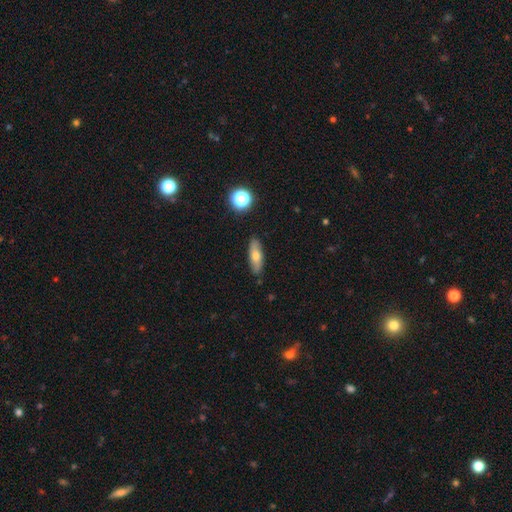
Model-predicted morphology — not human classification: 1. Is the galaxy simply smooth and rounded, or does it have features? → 67% smooth, 25% featured or disk, 8% star or artifact.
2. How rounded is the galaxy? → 63% in between, 32% cigar-shaped, 4% round.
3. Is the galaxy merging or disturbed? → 86% none, 10% minor disturbance, 2% major disturbance, 2% merger.